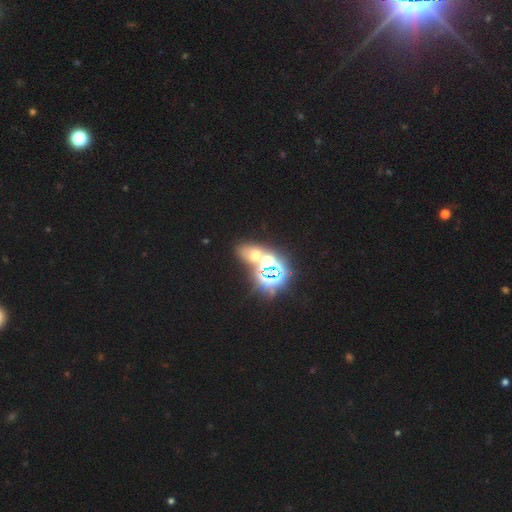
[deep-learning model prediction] Q: Smooth or featured?
A: star or artifact (57%); runner-up: smooth (32%)